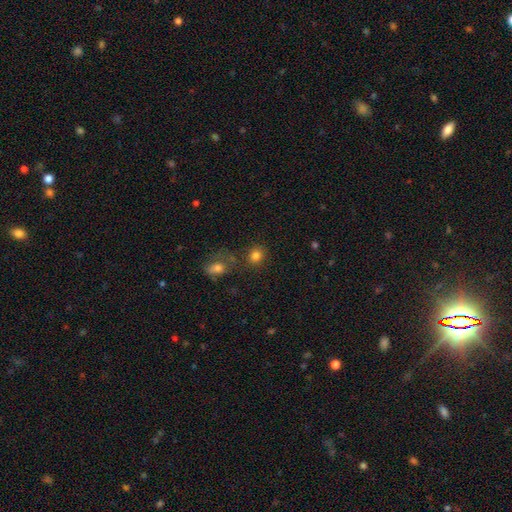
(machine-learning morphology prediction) Smooth or featured? smooth (81%)
How rounded? round (76%)
Merging? none (71%)